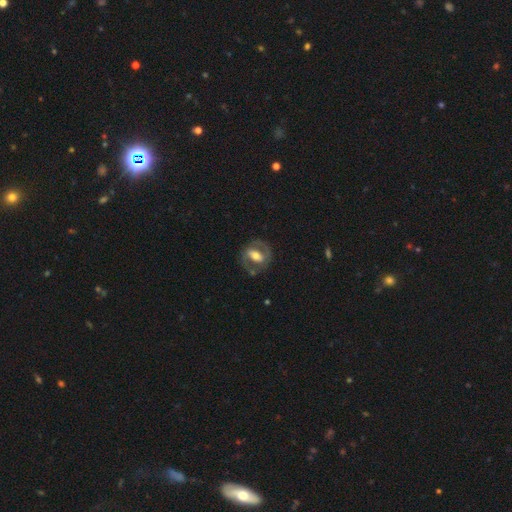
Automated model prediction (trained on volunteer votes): featured or disk 70%, smooth 25%, star or artifact 6%. Down the decision tree: edge-on disk — no (94%); bar — strong (43%); spiral arms — yes (65%); bulge size — moderate (60%); merging — none (72%).